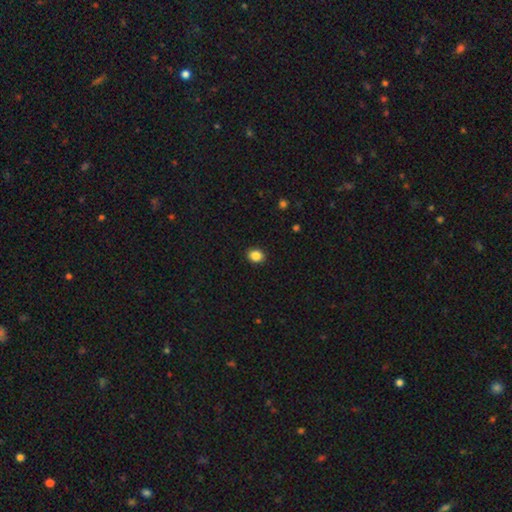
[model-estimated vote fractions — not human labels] Q: Smooth or featured?
A: smooth (86%); runner-up: star or artifact (10%)
Q: How rounded?
A: round (59%); runner-up: in between (40%)
Q: Merging?
A: none (90%); runner-up: minor disturbance (7%)